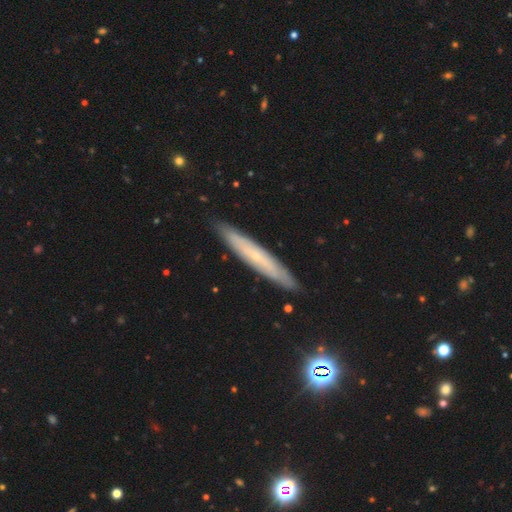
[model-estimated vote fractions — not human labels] smooth-or-featured: featured or disk: 54% | smooth: 38% | star or artifact: 8%
  disk-edge-on: yes: 79% | no: 21%
  merging: none: 89% | minor disturbance: 8% | major disturbance: 1% | merger: 1%